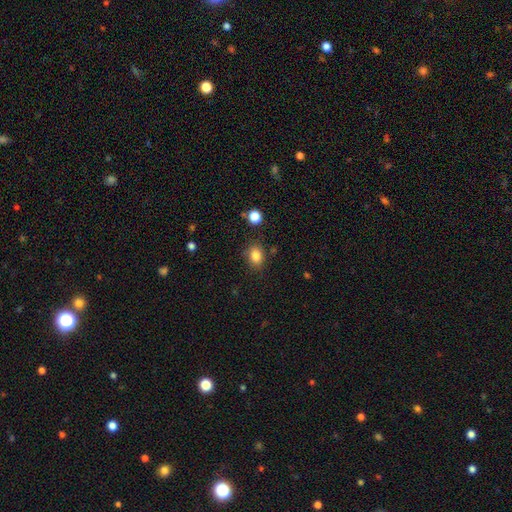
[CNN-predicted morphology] This appears to be a smooth galaxy with no disk features (83%) that is in between round and cigar-shaped (59%). Merging: none (80%).